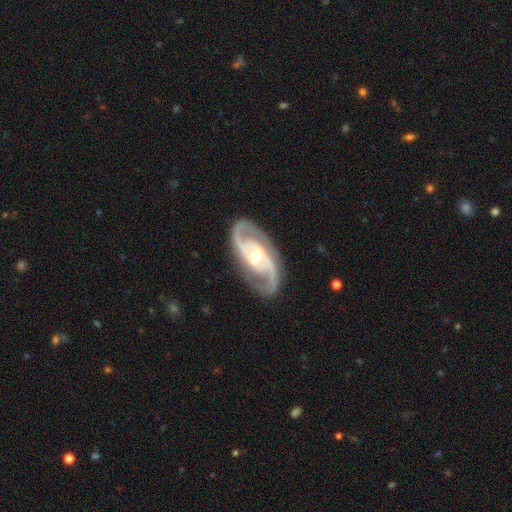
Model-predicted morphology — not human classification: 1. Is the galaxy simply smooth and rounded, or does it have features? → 93% featured or disk, 4% star or artifact, 3% smooth.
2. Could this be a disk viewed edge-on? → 97% no, 3% yes.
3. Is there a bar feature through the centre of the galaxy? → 41% weak, 35% no, 24% strong.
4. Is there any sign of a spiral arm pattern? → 98% yes, 2% no.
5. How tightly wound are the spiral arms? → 58% medium, 29% tight, 13% loose.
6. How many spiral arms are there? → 94% 2, 2% can't tell, 2% 3, 1% 1, 1% 4, 1% more than 4.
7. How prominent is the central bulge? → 64% moderate, 28% small, 5% large, 1% none, 1% dominant.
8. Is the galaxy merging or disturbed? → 85% none, 10% minor disturbance, 3% major disturbance, 1% merger.